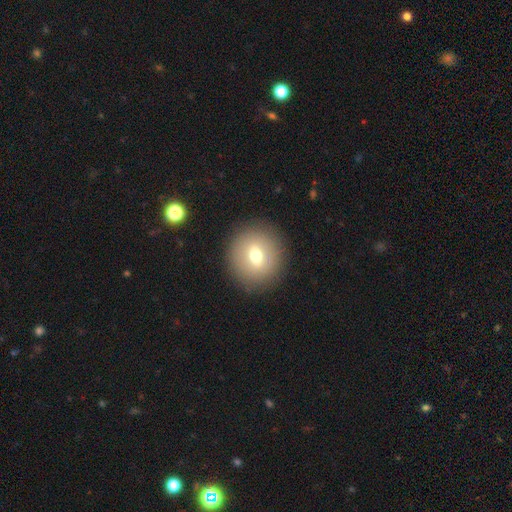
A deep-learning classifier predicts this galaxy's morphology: Smooth or featured? smooth (61%)
How rounded? round (90%)
Merging? none (89%)